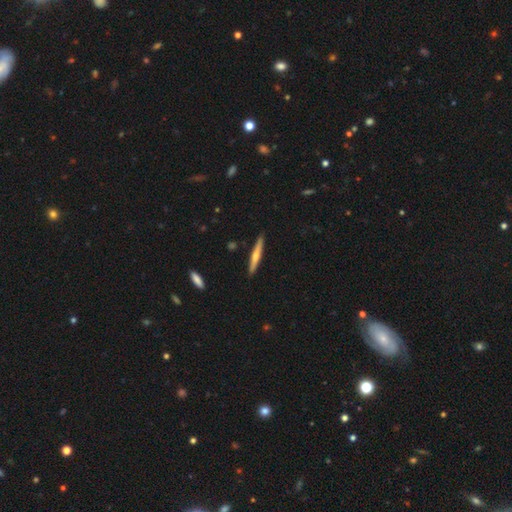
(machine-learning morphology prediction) smooth_or_featured: featured or disk (p=0.57) [alt: smooth p=0.37]
disk_edge_on: yes (p=0.97) [alt: no p=0.03]
edge_on_bulge: rounded (p=0.81) [alt: none p=0.16]
merging: none (p=0.90) [alt: minor disturbance p=0.07]